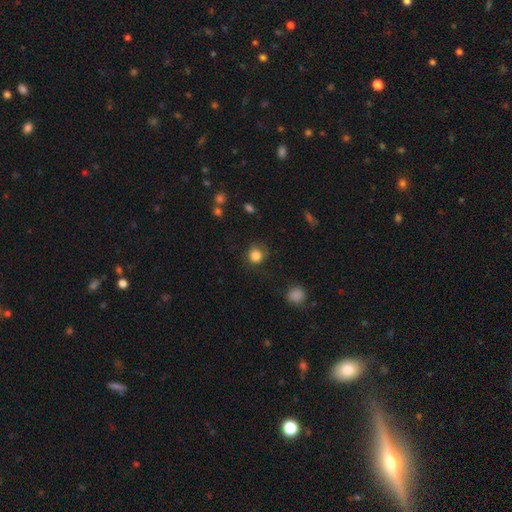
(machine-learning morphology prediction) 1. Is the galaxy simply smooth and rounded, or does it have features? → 84% smooth, 11% star or artifact, 5% featured or disk.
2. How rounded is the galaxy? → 86% round, 13% in between, 1% cigar-shaped.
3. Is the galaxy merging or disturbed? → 74% none, 17% minor disturbance, 7% major disturbance, 2% merger.